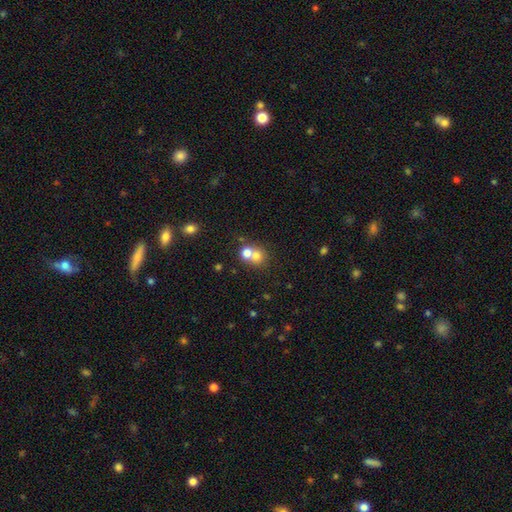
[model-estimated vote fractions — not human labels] Morphology: type=smooth (72%); roundness=round (79%); merging=merger (60%).